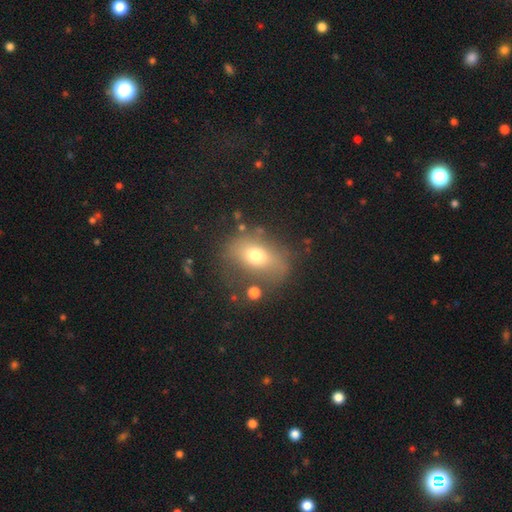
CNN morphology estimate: Smooth or featured?
  - smooth: 66% *
  - featured or disk: 22%
  - star or artifact: 12%
How rounded?
  - in between: 74% *
  - round: 24%
  - cigar-shaped: 2%
Merging?
  - none: 60% *
  - minor disturbance: 21%
  - major disturbance: 13%
  - merger: 6%